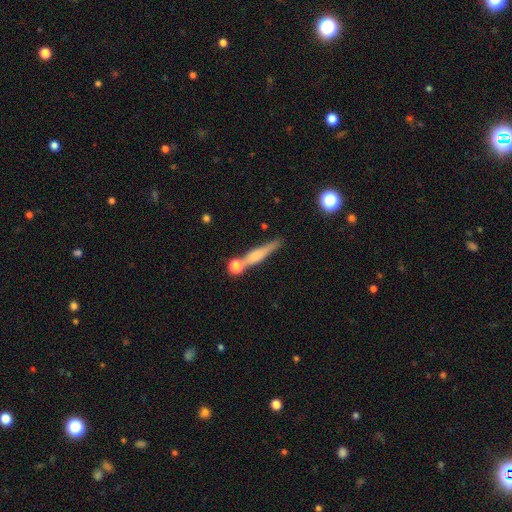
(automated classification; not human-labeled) A smooth galaxy with no disk features (51%) that is cigar-shaped (85%).

Vote fractions:
- Smooth or featured? smooth: 51% / featured or disk: 41% / star or artifact: 8%
- How rounded? cigar-shaped: 85% / in between: 10% / round: 5%
- Merging? none: 63% / merger: 17% / minor disturbance: 15% / major disturbance: 5%